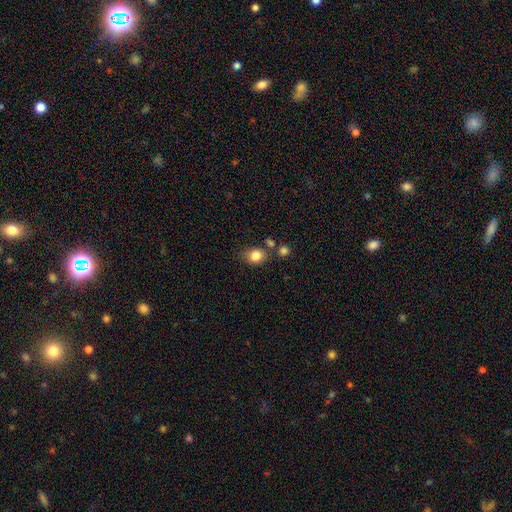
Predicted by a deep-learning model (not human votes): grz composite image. It shows a smooth galaxy with no disk features (83%) that is round (52%). Merging: none (63%).